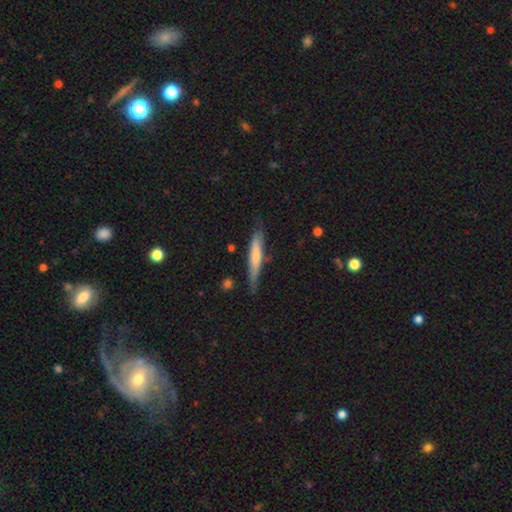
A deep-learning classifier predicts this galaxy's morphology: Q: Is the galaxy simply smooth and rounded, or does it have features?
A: smooth — 56%.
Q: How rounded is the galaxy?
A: cigar-shaped — 90%.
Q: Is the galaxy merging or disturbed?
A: none — 69%.